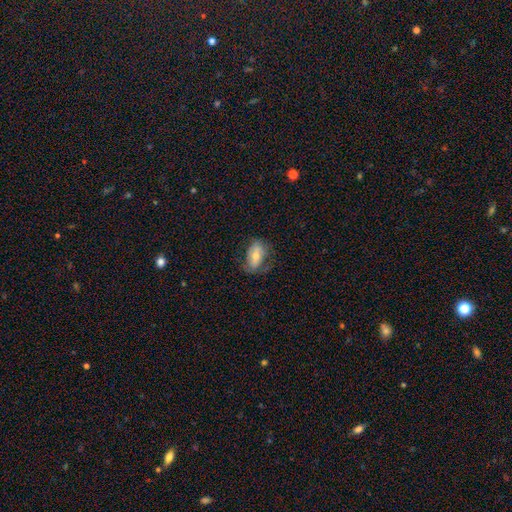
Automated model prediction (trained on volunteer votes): Smooth or featured: smooth — 57% (featured or disk — 35%)
How rounded: in between — 88% (round — 9%)
Merging: none — 60% (minor disturbance — 26%)